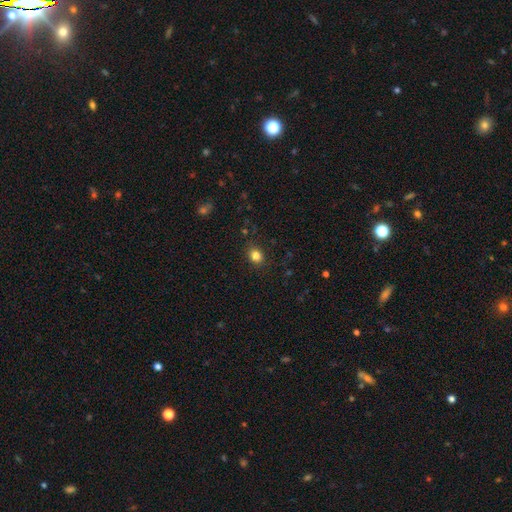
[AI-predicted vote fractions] A smooth galaxy with no disk features (83%) that is round (58%). Merging: none (85%).